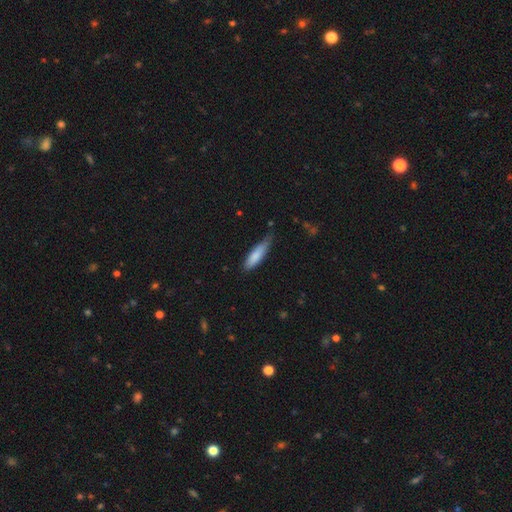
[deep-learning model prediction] The model was most divided on "merging": none: 57%, minor disturbance: 35%, major disturbance: 6%, merger: 2%. More confident: smooth or featured — smooth (82%); how rounded — cigar-shaped (67%).